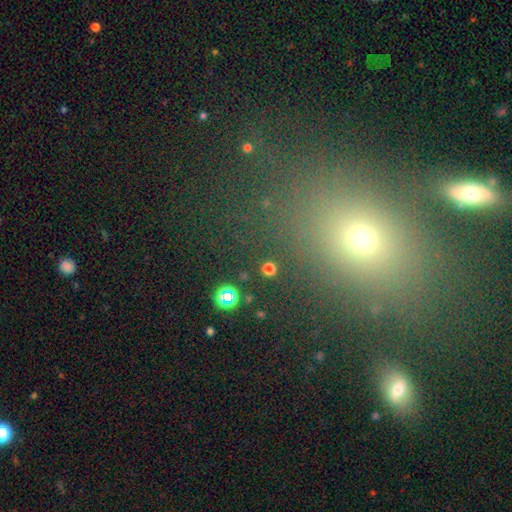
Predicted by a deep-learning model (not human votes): The model was most divided on "how rounded": in between: 56%, round: 41%, cigar-shaped: 4%. More confident: merging — none (76%); smooth or featured — smooth (53%).